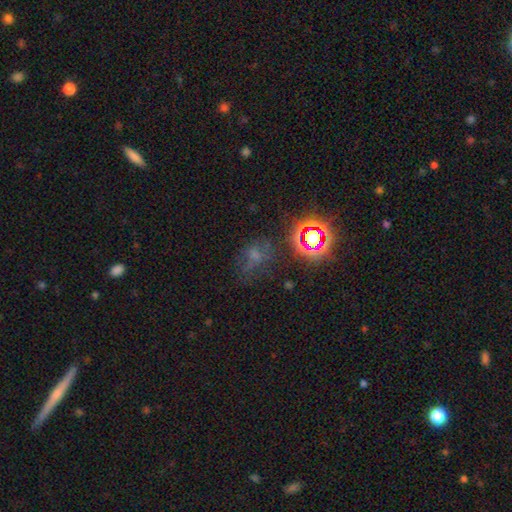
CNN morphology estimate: smooth_or_featured: star or artifact (p=0.41) [alt: smooth p=0.40]